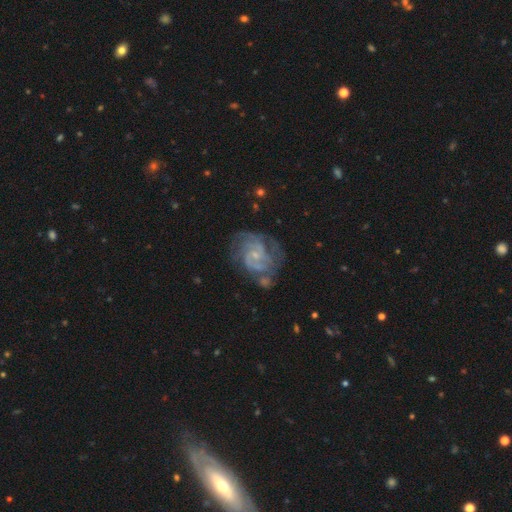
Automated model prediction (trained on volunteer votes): Overall: featured or disk (85%). Edge-on disk: no (98%). Bar: no (56%; weak 37%). Spiral arms: yes (95%). Spiral arm count: 2 (41%; can't tell 21%). Spiral winding: tight (53%; medium 38%). Bulge size: small (76%). Merging: none (58%; minor disturbance 21%).